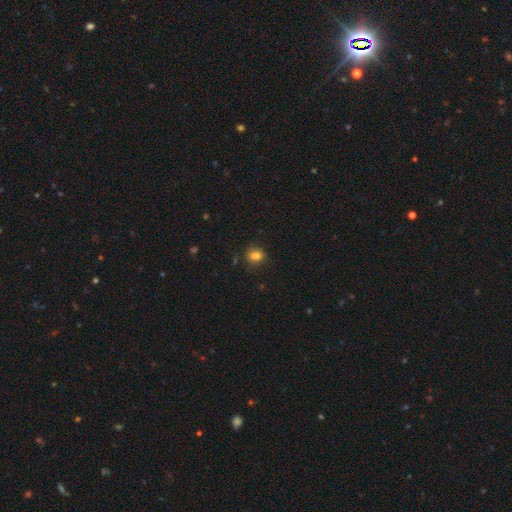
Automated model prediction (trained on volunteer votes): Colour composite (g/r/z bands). It shows a smooth galaxy with no disk features (82%) that is round (53%). Merging: none (76%).